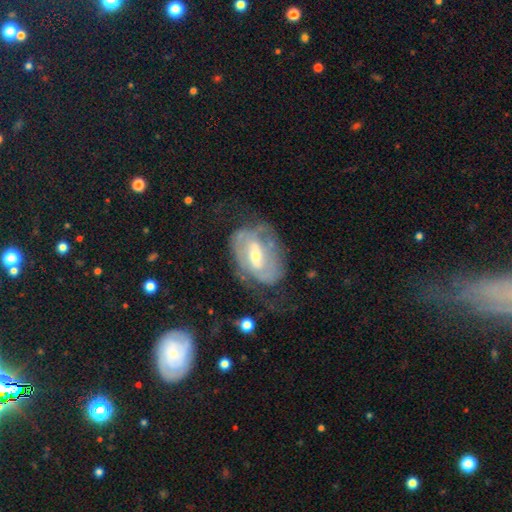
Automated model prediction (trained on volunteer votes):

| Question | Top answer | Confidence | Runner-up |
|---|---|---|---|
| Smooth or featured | featured or disk | 80% | smooth (14%) |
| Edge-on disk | no | 95% | yes (5%) |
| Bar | weak | 46% | strong (34%) |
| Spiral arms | yes | 81% | no (19%) |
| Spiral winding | tight | 44% | medium (38%) |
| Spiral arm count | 2 | 58% | can't tell (28%) |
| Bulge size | small | 48% | moderate (47%) |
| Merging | none | 51% | major disturbance (24%) |